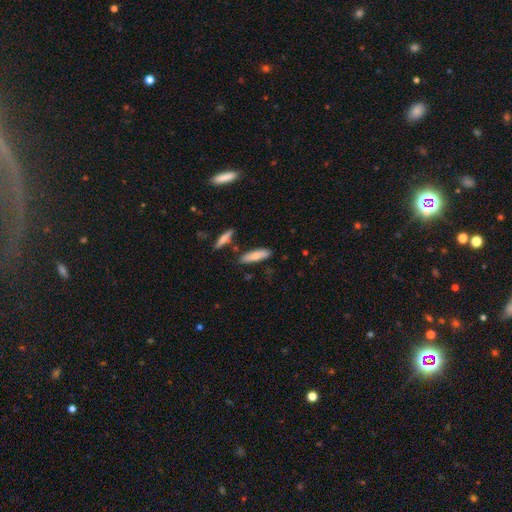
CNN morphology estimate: The model was most divided on "how rounded": cigar-shaped: 63%, in between: 35%, round: 2%. More confident: merging — none (81%); smooth or featured — smooth (73%).